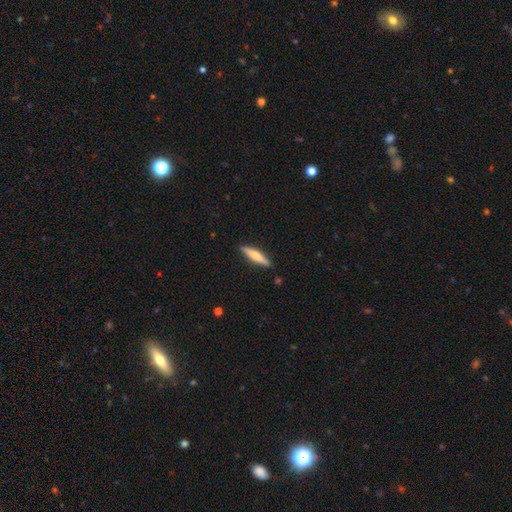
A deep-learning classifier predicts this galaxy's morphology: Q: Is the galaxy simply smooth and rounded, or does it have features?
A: smooth — 53%.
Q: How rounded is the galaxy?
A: cigar-shaped — 85%.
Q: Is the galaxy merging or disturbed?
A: none — 90%.